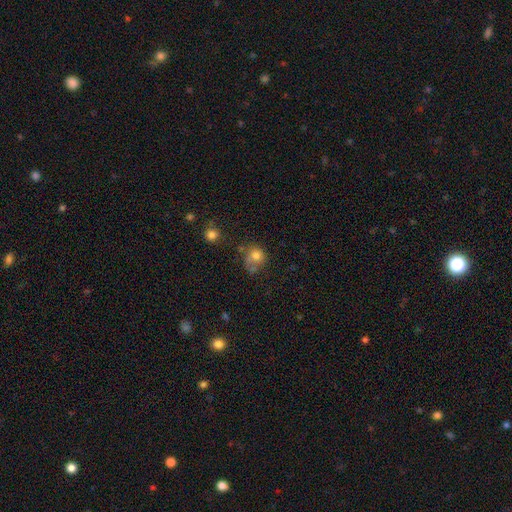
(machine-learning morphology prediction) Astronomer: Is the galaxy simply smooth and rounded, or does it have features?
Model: smooth — 76%.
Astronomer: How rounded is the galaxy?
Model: round — 74%.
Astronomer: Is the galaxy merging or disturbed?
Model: none — 41% (runner-up: minor disturbance, 23%).